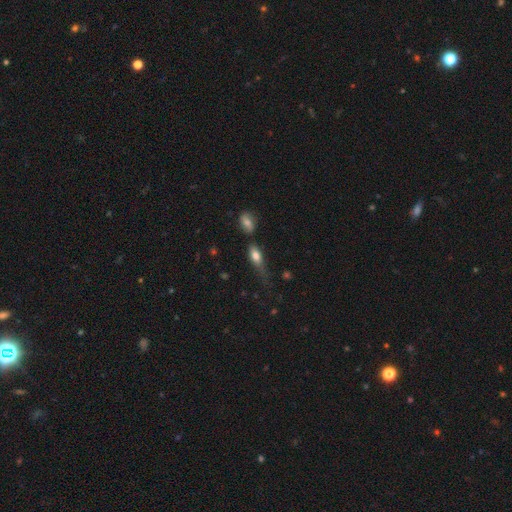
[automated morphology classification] smooth_or_featured: smooth (p=0.73) [alt: featured or disk p=0.18]
how_rounded: in between (p=0.69) [alt: cigar-shaped p=0.24]
merging: none (p=0.39) [alt: minor disturbance p=0.31]